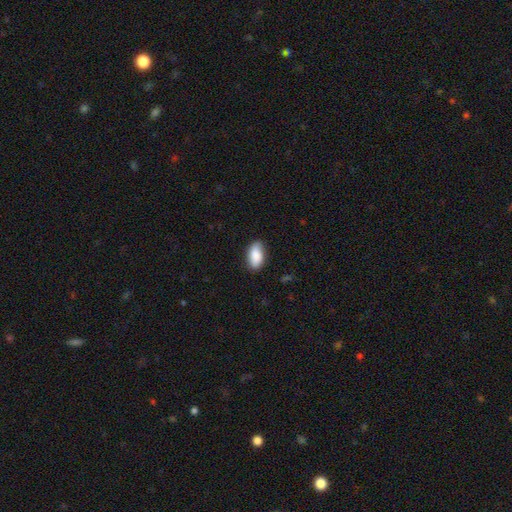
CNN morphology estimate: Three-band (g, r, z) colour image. It shows a smooth galaxy with no disk features (87%) that is in between round and cigar-shaped (93%). Merging: none (82%).